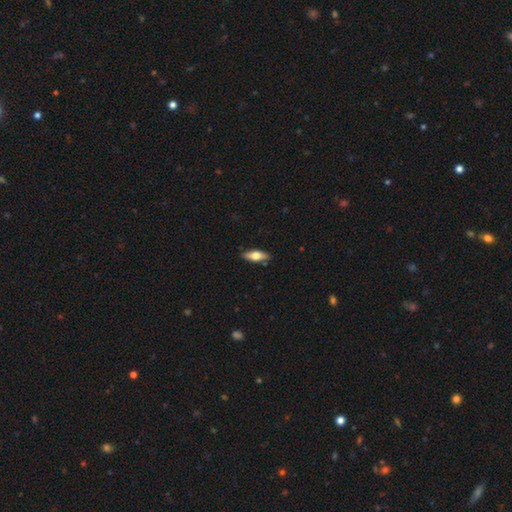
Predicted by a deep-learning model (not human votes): smooth_or_featured: smooth (p=0.62) [alt: featured or disk p=0.32]
how_rounded: in between (p=0.67) [alt: cigar-shaped p=0.30]
merging: none (p=0.86) [alt: minor disturbance p=0.11]